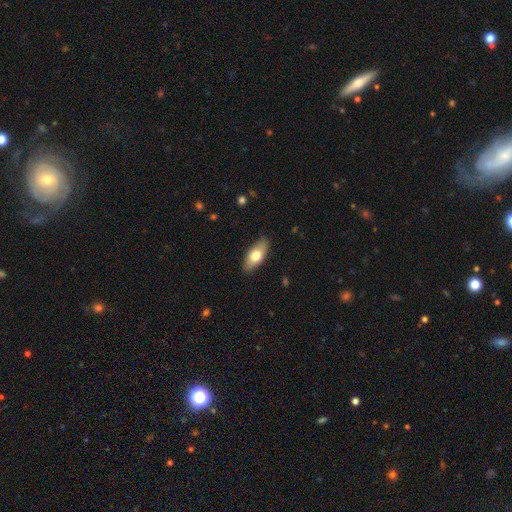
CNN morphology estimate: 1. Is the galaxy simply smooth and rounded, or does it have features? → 71% smooth, 23% featured or disk, 6% star or artifact.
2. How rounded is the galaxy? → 85% in between, 12% cigar-shaped, 3% round.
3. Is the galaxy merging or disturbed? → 86% none, 11% minor disturbance, 2% major disturbance, 1% merger.